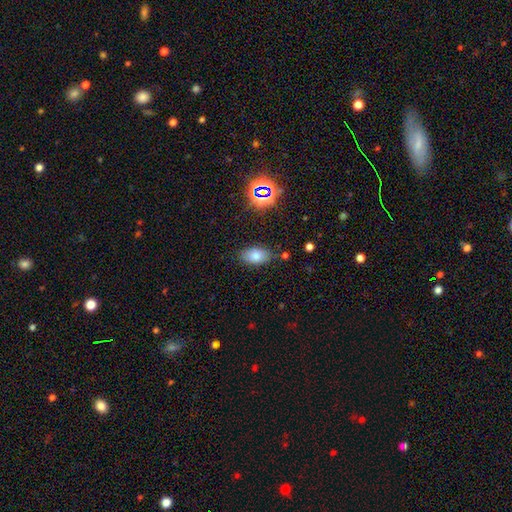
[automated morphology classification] This appears to be a smooth galaxy with no disk features (75%) that is in between round and cigar-shaped (91%). Merging: none (81%).